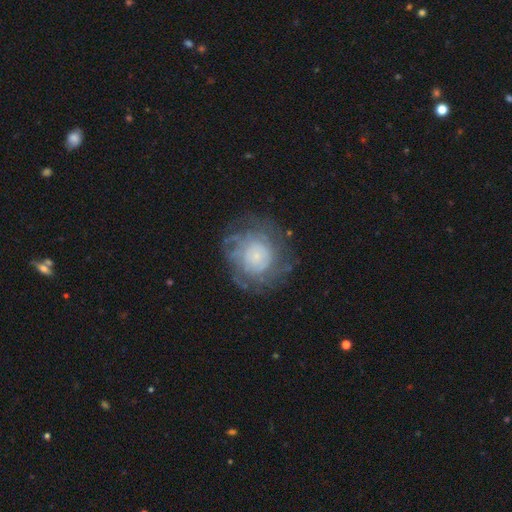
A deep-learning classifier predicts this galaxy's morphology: This appears to be a featured or disk galaxy (61%) with no bar (84%), spiral arms (76%) and a small central bulge (59%). Merging: none (72%).